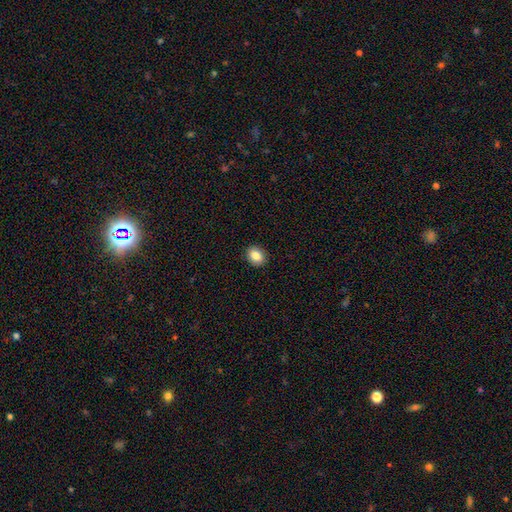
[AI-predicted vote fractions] Smooth or featured: smooth — 86% (star or artifact — 9%)
How rounded: in between — 50% (round — 49%)
Merging: none — 91% (minor disturbance — 6%)